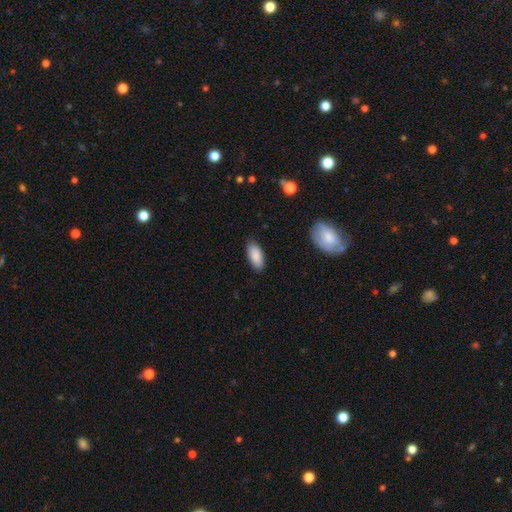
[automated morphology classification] smooth-or-featured: smooth: 88% | featured or disk: 6% | star or artifact: 6%
  how-rounded: in between: 90% | cigar-shaped: 8% | round: 2%
  merging: none: 85% | minor disturbance: 11% | major disturbance: 2% | merger: 1%